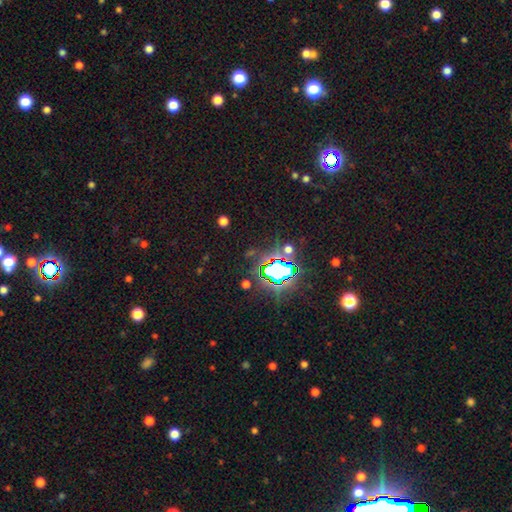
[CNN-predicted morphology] The model was most divided on "smooth or featured": star or artifact: 83%, smooth: 10%, featured or disk: 7%.